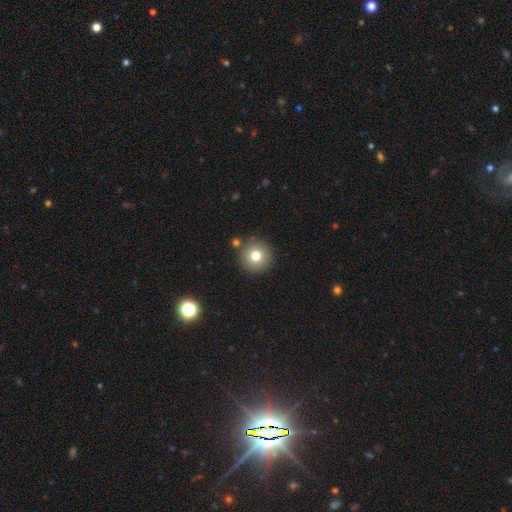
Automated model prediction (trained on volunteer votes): A smooth galaxy with no disk features (75%) that is round (95%). Merging: none (86%).